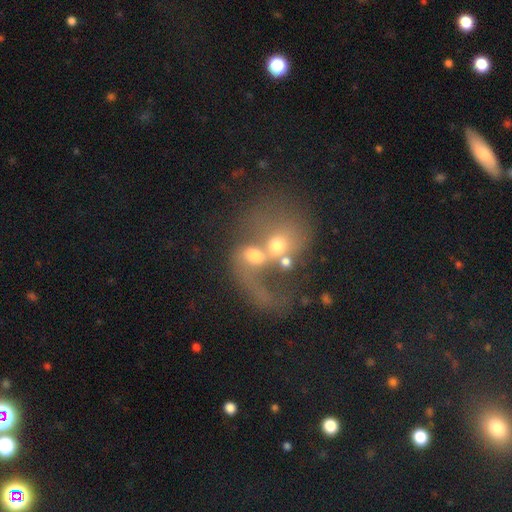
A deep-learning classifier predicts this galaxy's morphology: The model was most divided on "spiral arms": yes: 53%, no: 47%. More confident: edge-on disk — no (96%); merging — merger (76%); bar — no (75%); bulge size — moderate (54%); smooth or featured — featured or disk (54%).